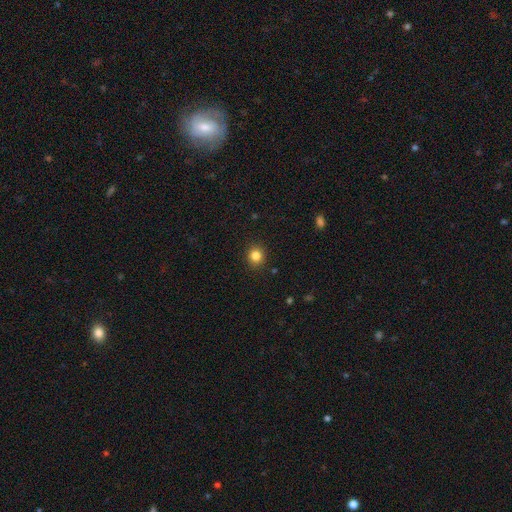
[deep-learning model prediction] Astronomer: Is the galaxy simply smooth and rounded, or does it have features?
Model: smooth — 83%.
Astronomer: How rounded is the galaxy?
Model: round — 88%.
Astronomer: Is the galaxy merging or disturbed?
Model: none — 91%.